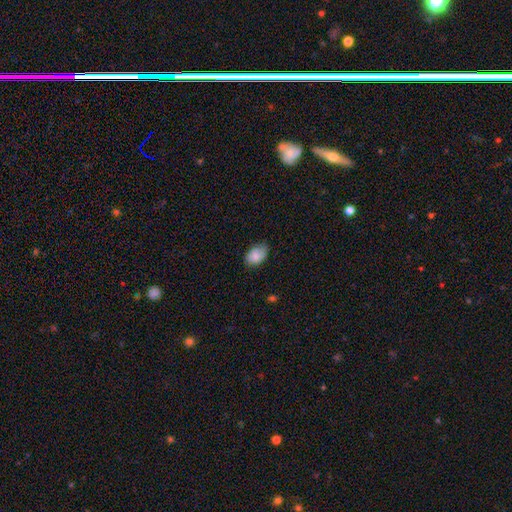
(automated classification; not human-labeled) The model was most divided on "merging": none: 71%, minor disturbance: 24%, major disturbance: 4%, merger: 1%. More confident: how rounded — in between (86%); smooth or featured — smooth (83%).